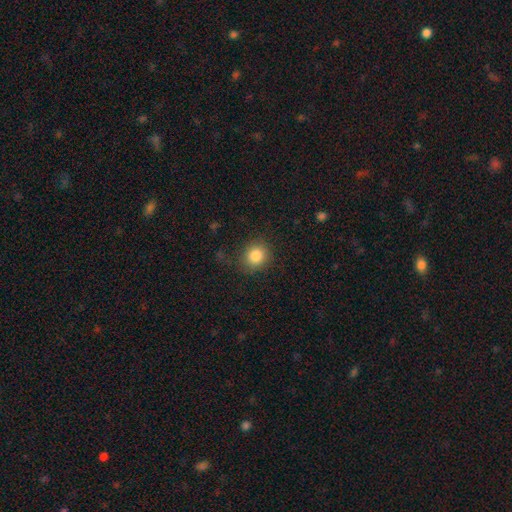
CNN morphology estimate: Smooth or featured?
  - smooth: 84% *
  - star or artifact: 10%
  - featured or disk: 6%
How rounded?
  - round: 83% *
  - in between: 16%
  - cigar-shaped: 1%
Merging?
  - none: 83% *
  - minor disturbance: 12%
  - major disturbance: 4%
  - merger: 1%